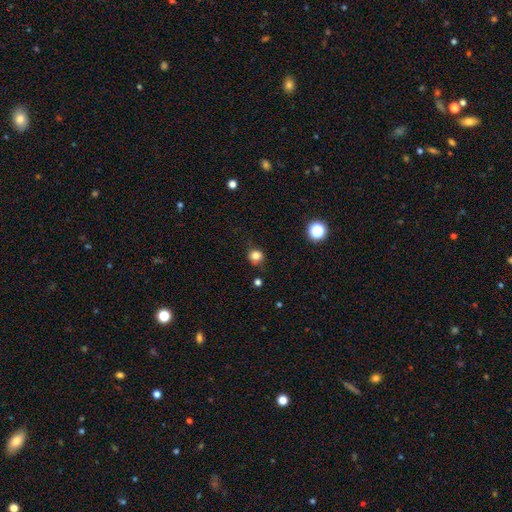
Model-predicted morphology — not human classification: smooth_or_featured: smooth (p=0.81) [alt: star or artifact p=0.13]
how_rounded: round (p=0.87) [alt: in between p=0.12]
merging: none (p=0.81) [alt: minor disturbance p=0.14]